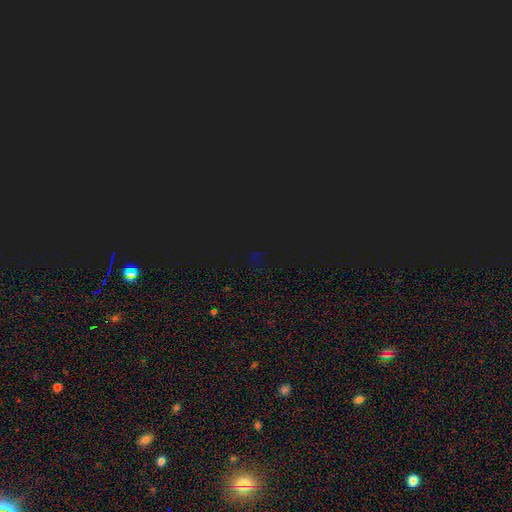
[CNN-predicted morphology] smooth_or_featured: star or artifact (p=0.80) [alt: smooth p=0.14]